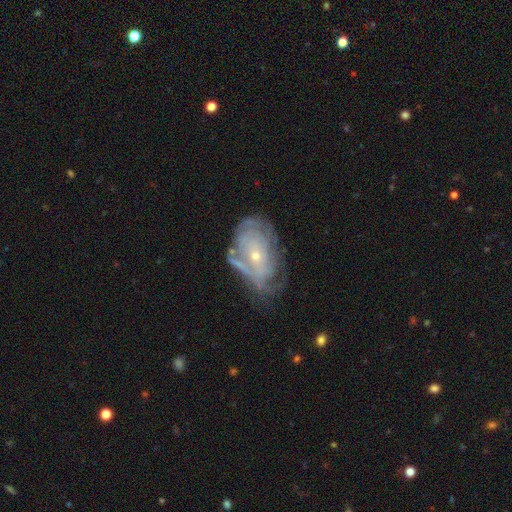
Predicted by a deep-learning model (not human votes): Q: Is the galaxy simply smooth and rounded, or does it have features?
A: featured or disk — 76%.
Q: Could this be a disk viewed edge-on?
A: no — 95%.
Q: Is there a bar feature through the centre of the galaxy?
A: no — 78%.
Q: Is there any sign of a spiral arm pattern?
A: yes — 75%.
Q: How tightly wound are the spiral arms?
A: tight — 68%.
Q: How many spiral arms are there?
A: can't tell — 60%.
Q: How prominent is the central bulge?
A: small — 74%.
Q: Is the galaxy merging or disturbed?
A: none — 46%.